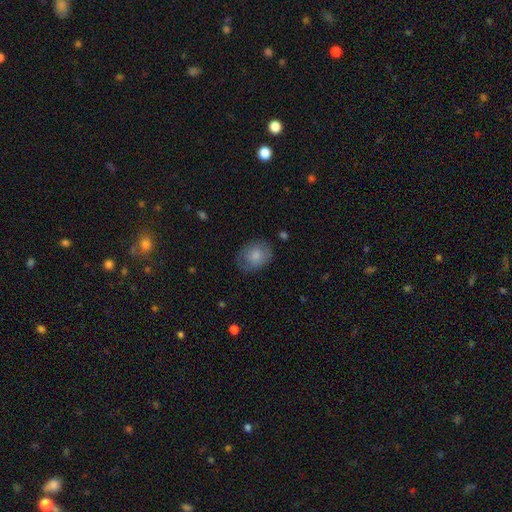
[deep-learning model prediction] Q: Smooth or featured?
A: smooth (75%); runner-up: featured or disk (18%)
Q: How rounded?
A: in between (62%); runner-up: round (37%)
Q: Merging?
A: none (73%); runner-up: minor disturbance (20%)